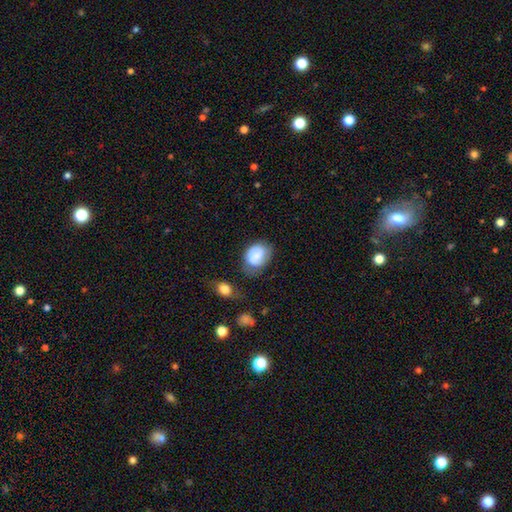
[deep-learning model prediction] smooth_or_featured: smooth (p=0.60) [alt: featured or disk p=0.32]
how_rounded: in between (p=0.60) [alt: round p=0.39]
merging: none (p=0.57) [alt: minor disturbance p=0.27]